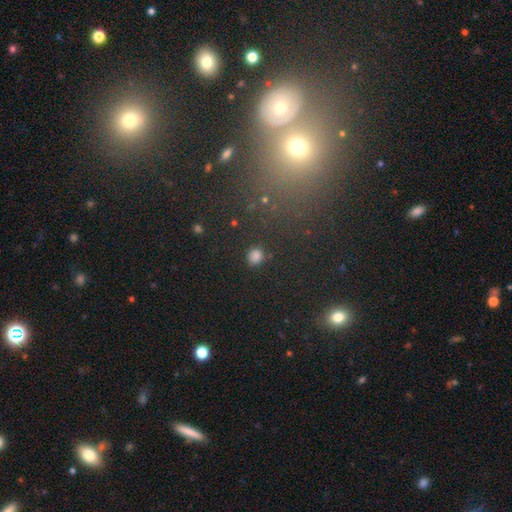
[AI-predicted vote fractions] This is likely a smooth galaxy (78%). How rounded: likely round (78%). Merging: clearly none (88%).